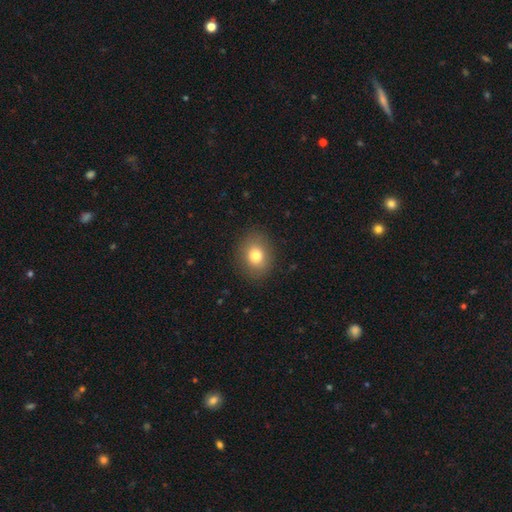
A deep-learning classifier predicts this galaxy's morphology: Smooth or featured? smooth (79%)
How rounded? round (56%)
Merging? none (87%)